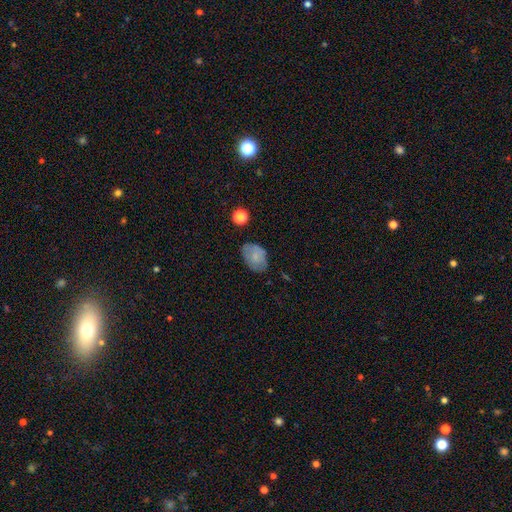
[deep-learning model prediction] Smooth or featured: smooth — 73% (featured or disk — 18%)
How rounded: in between — 81% (round — 18%)
Merging: none — 70% (minor disturbance — 22%)